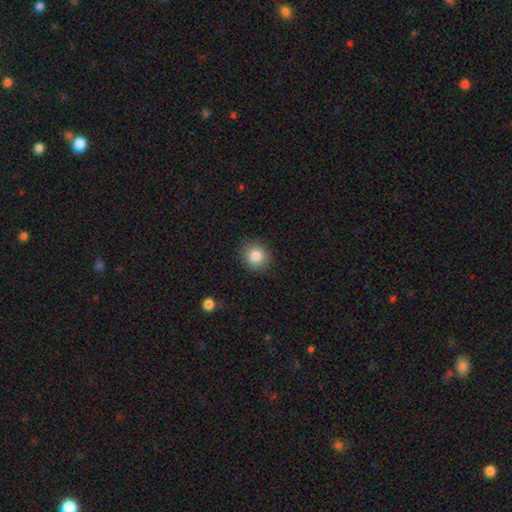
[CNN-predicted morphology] This is clearly a smooth galaxy (85%). How rounded: clearly round (87%). Merging: clearly none (88%).